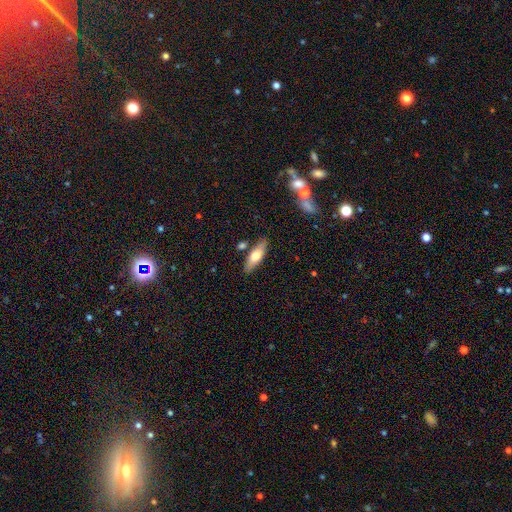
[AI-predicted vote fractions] A smooth galaxy with no disk features (62%) that is in between round and cigar-shaped (51%). Merging: none (81%).